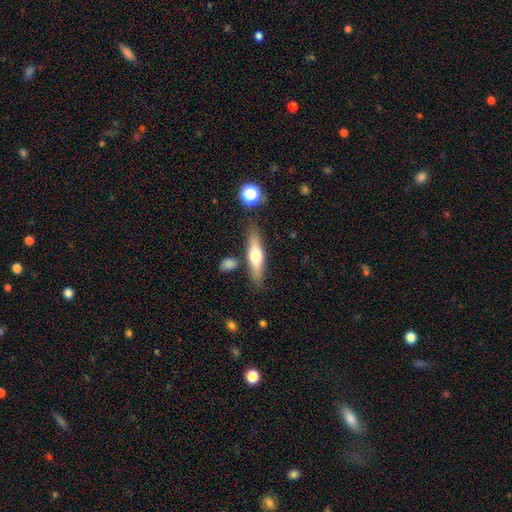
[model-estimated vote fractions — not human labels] smooth_or_featured: smooth (p=0.48) [alt: featured or disk p=0.45]
merging: none (p=0.80) [alt: minor disturbance p=0.11]